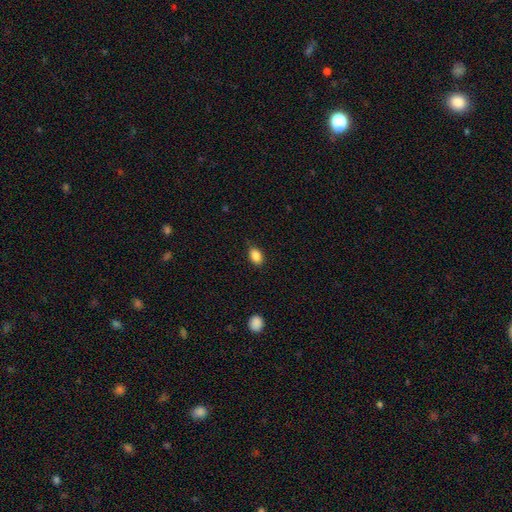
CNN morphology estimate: Overall: smooth (87%). How rounded: in between (83%). Merging: none (80%).